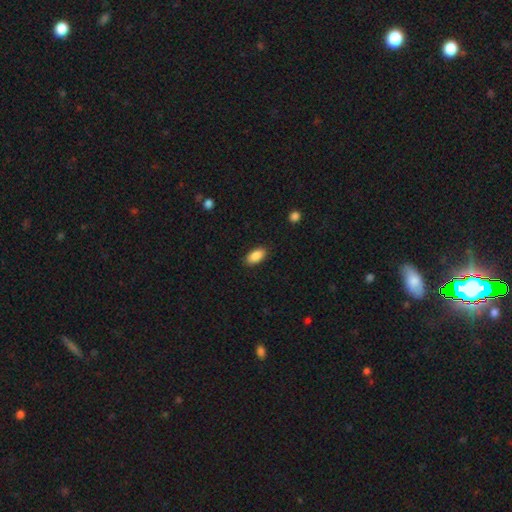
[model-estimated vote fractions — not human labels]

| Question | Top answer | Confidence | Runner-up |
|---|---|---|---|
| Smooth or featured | smooth | 89% | star or artifact (7%) |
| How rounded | in between | 93% | cigar-shaped (4%) |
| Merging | none | 87% | minor disturbance (9%) |